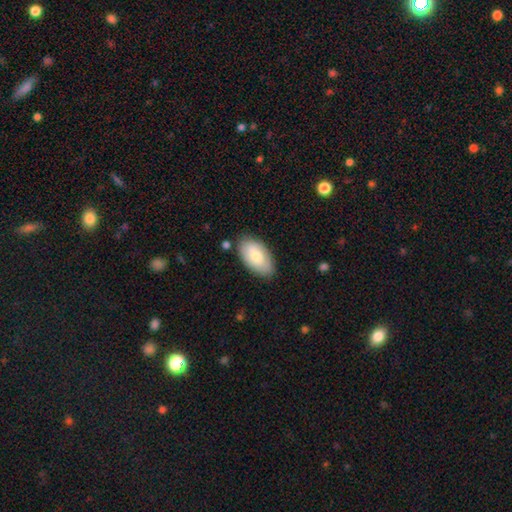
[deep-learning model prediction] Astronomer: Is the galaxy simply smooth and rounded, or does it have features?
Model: smooth — 71%.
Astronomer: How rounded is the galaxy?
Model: in between — 95%.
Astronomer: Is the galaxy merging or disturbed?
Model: none — 81%.